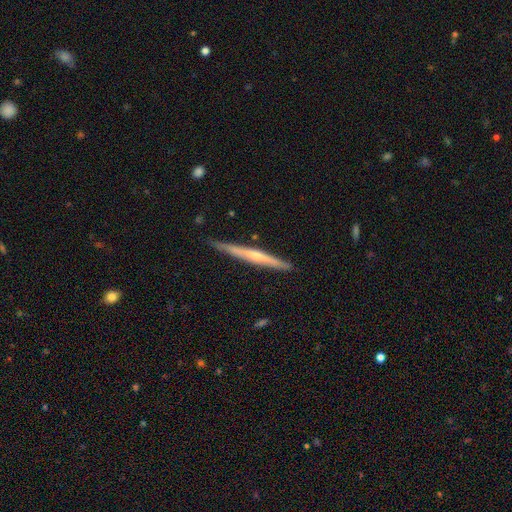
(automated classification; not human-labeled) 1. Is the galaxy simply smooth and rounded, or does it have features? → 62% featured or disk, 32% smooth, 6% star or artifact.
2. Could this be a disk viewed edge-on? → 97% yes, 3% no.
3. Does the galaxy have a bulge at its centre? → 50% none, 43% rounded, 8% boxy.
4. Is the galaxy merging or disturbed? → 85% none, 11% minor disturbance, 2% major disturbance, 1% merger.